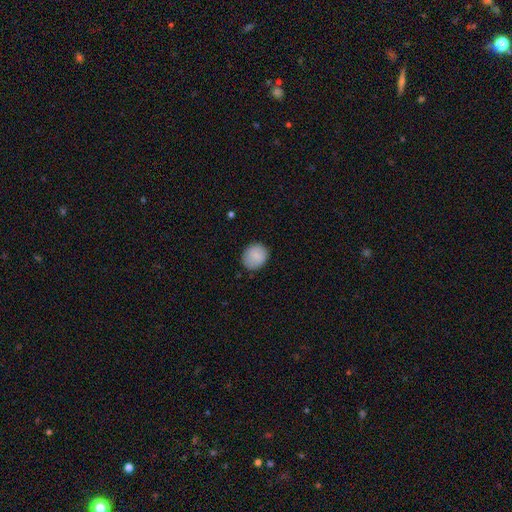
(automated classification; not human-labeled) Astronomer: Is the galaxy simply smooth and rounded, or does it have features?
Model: smooth — 85%.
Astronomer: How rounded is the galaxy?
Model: round — 75%.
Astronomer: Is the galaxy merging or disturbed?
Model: none — 85%.